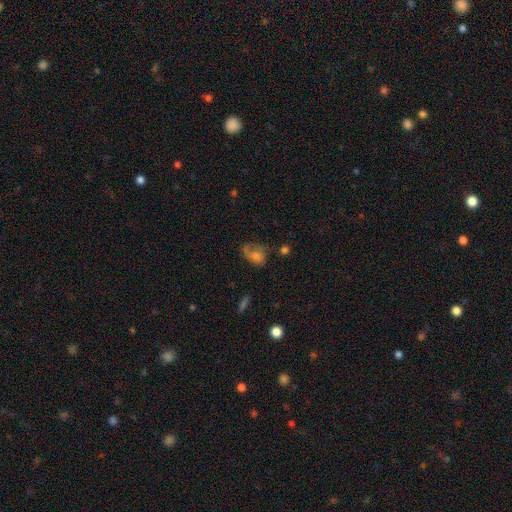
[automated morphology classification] A smooth galaxy with no disk features (44%). Merging: none (39%).